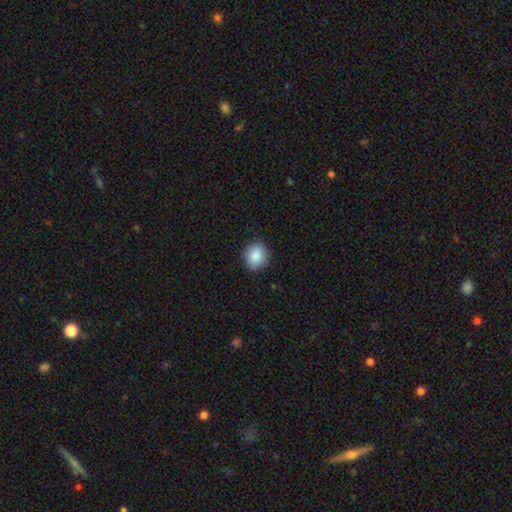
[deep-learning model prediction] smooth 88%, star or artifact 8%, featured or disk 4%. Down the decision tree: how rounded — round (72%); merging — none (89%).